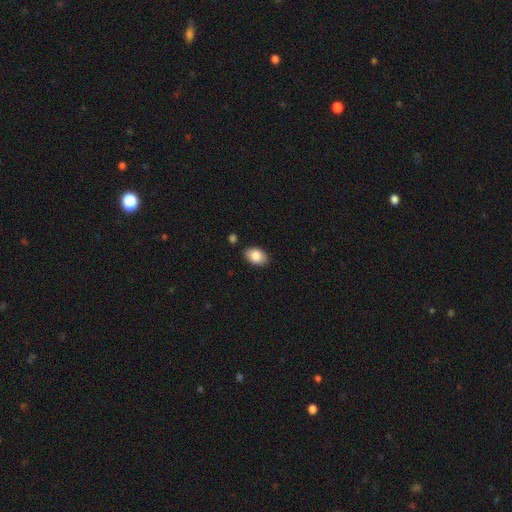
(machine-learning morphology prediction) A smooth galaxy with no disk features (85%) that is in between round and cigar-shaped (88%). Merging: none (86%).